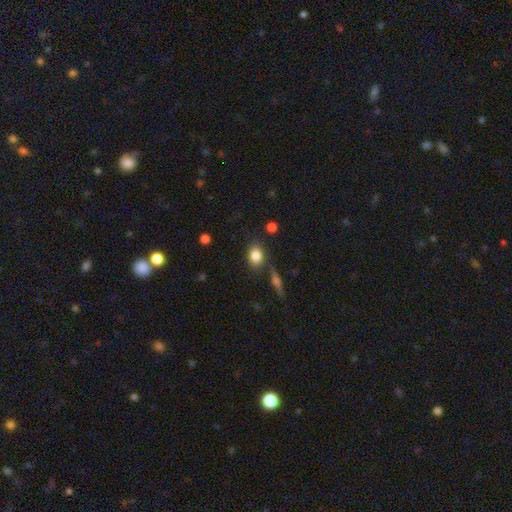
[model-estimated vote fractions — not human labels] Smooth or featured?
  - smooth: 82% *
  - featured or disk: 9%
  - star or artifact: 9%
How rounded?
  - in between: 67% *
  - round: 31%
  - cigar-shaped: 2%
Merging?
  - none: 79% *
  - minor disturbance: 12%
  - merger: 6%
  - major disturbance: 3%